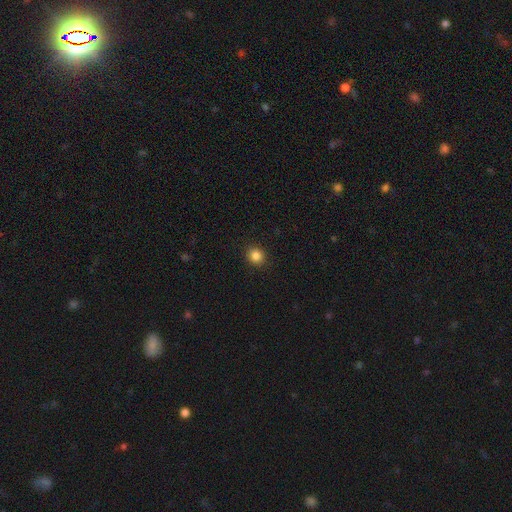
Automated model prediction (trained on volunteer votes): Morphology: type=smooth (85%); roundness=round (85%); merging=none (92%).